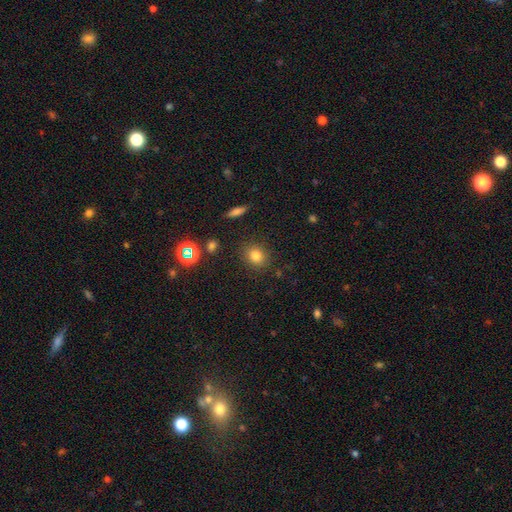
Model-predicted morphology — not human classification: Smooth or featured? smooth (78%)
How rounded? round (68%)
Merging? none (85%)